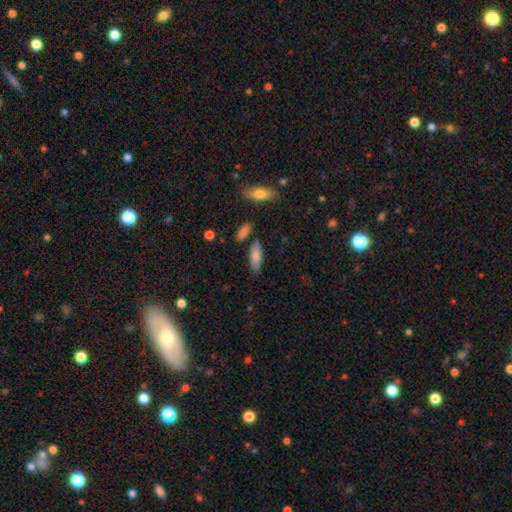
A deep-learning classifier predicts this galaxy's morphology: Overall: smooth (79%). How rounded: in between (70%). Merging: none (78%).